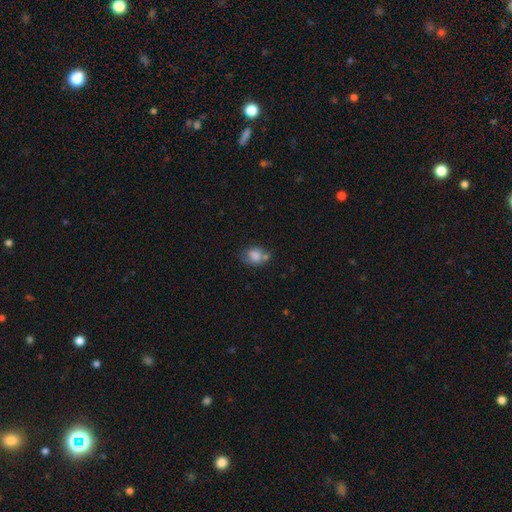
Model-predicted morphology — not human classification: Smooth or featured? Predicted: smooth (p=0.75). How rounded? Predicted: in between (p=0.53). Merging? Predicted: none (p=0.44).